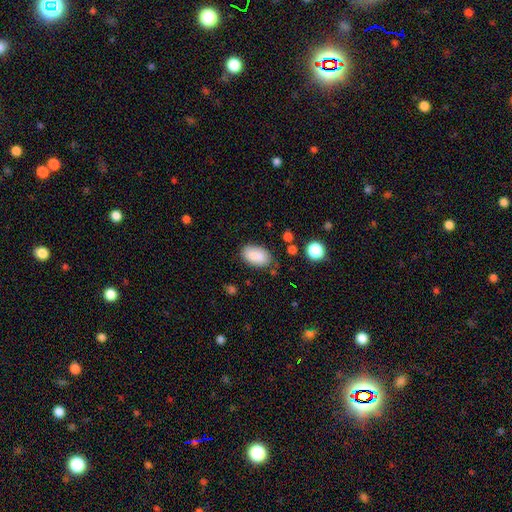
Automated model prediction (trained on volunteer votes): Q: Smooth or featured?
A: smooth (84%); runner-up: featured or disk (8%)
Q: How rounded?
A: in between (93%); runner-up: round (6%)
Q: Merging?
A: none (73%); runner-up: minor disturbance (18%)